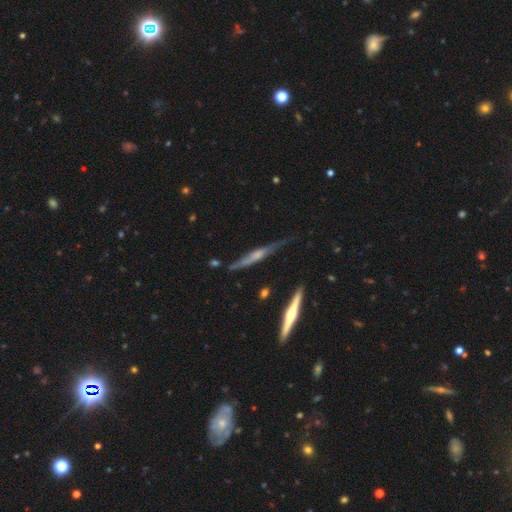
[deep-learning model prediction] Q: Smooth or featured?
A: featured or disk (70%); runner-up: smooth (24%)
Q: Edge-on disk?
A: yes (94%); runner-up: no (6%)
Q: Edge-on bulge?
A: rounded (68%); runner-up: none (18%)
Q: Merging?
A: none (63%); runner-up: minor disturbance (27%)